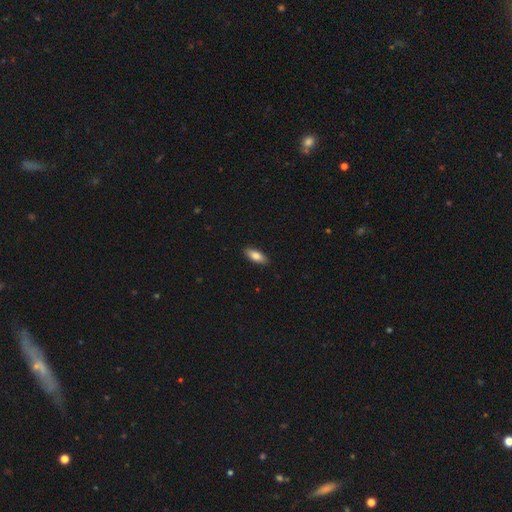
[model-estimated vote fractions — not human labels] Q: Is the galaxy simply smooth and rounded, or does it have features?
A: smooth — 80%.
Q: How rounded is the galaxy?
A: in between — 77%.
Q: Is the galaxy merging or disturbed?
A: none — 89%.